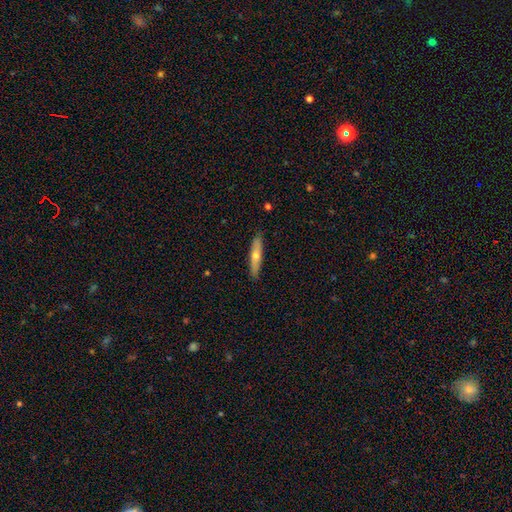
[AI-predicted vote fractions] Smooth or featured? Predicted: smooth (p=0.49). Merging? Predicted: none (p=0.89).